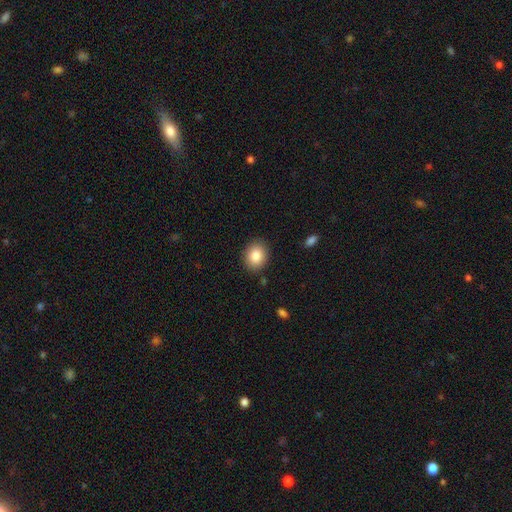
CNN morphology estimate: A smooth galaxy with no disk features (85%) that is round (56%). Merging: none (88%).